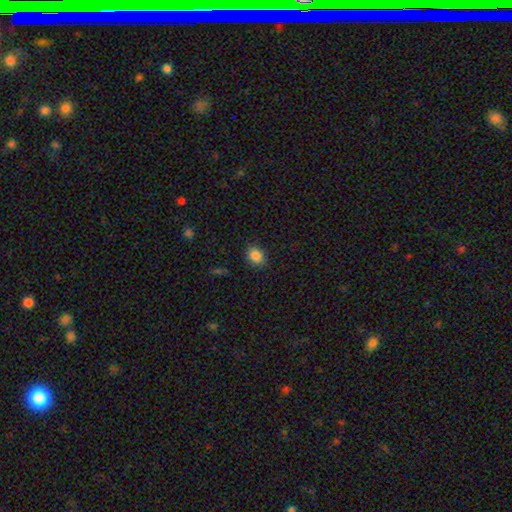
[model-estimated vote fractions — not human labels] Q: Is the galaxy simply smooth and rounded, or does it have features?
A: smooth — 86%.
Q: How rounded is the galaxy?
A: in between — 54%.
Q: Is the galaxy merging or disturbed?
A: none — 88%.